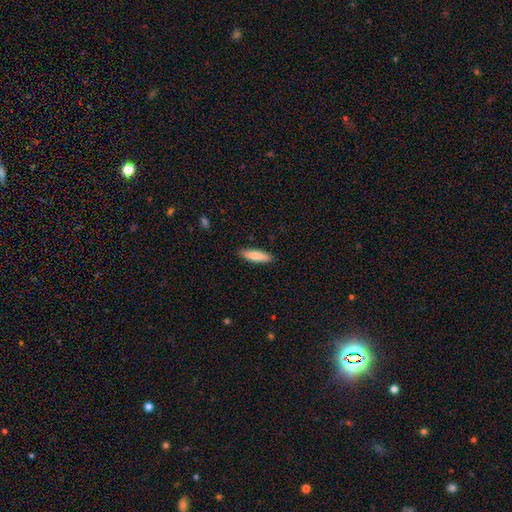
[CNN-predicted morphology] Smooth or featured? smooth (83%)
How rounded? cigar-shaped (63%)
Merging? none (89%)